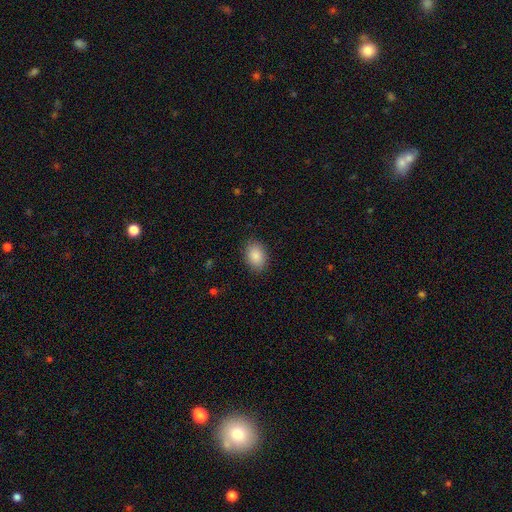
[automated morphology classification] smooth-or-featured: smooth: 88% | star or artifact: 7% | featured or disk: 5%
  how-rounded: in between: 79% | round: 20% | cigar-shaped: 1%
  merging: none: 87% | minor disturbance: 9% | major disturbance: 2% | merger: 1%